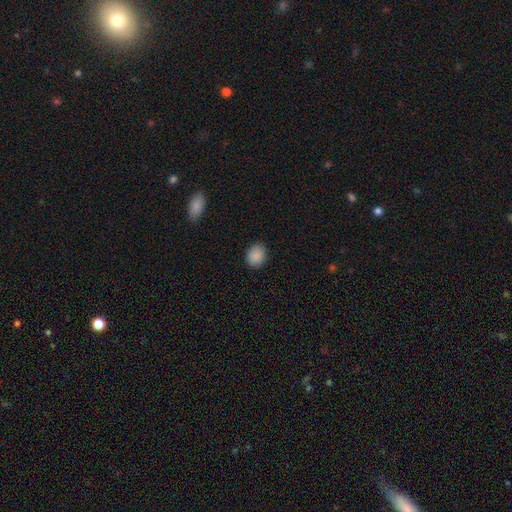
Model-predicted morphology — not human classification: smooth 88%, star or artifact 8%, featured or disk 3%. Down the decision tree: how rounded — round (57%); merging — none (86%).